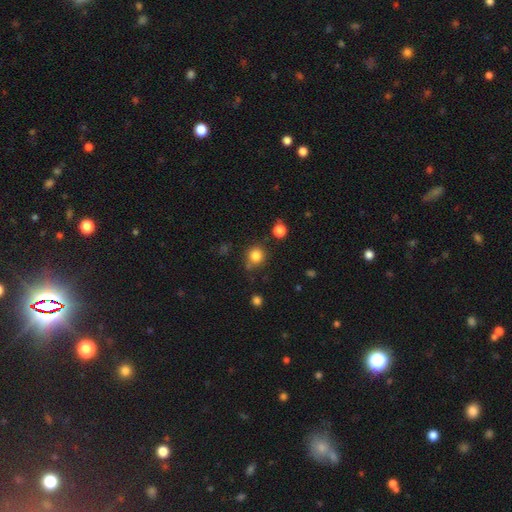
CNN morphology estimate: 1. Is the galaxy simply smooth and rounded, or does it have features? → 82% smooth, 12% star or artifact, 5% featured or disk.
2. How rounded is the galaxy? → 88% round, 11% in between, 1% cigar-shaped.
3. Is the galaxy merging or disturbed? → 75% none, 14% minor disturbance, 7% merger, 4% major disturbance.